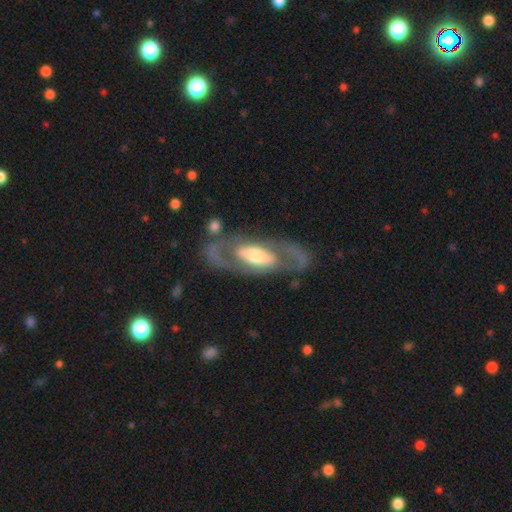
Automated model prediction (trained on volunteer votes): smooth-or-featured: featured or disk: 78% | smooth: 17% | star or artifact: 5%
  disk-edge-on: no: 90% | yes: 10%
    bar: no: 49% | weak: 27% | strong: 24%
    has-spiral-arms: yes: 68% | no: 32%
    bulge-size: moderate: 56% | large: 22% | small: 18% | dominant: 2% | none: 2%
  merging: none: 74% | minor disturbance: 13% | major disturbance: 10% | merger: 3%